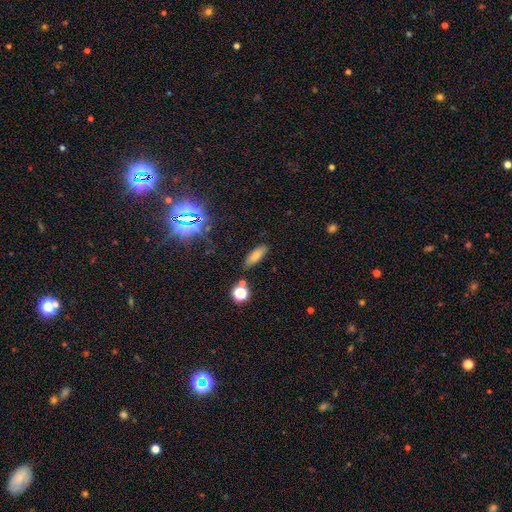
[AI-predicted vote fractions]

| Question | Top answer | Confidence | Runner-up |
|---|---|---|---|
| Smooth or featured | smooth | 72% | star or artifact (16%) |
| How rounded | in between | 58% | cigar-shaped (37%) |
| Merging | none | 80% | minor disturbance (12%) |